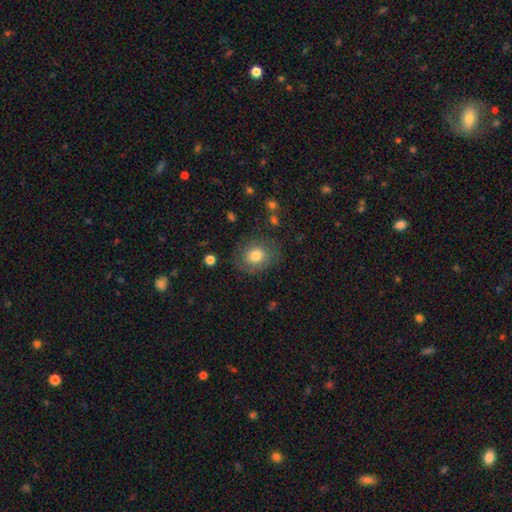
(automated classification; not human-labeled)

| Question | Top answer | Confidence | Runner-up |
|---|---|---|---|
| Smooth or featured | smooth | 73% | featured or disk (18%) |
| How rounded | round | 67% | in between (32%) |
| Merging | none | 76% | minor disturbance (15%) |